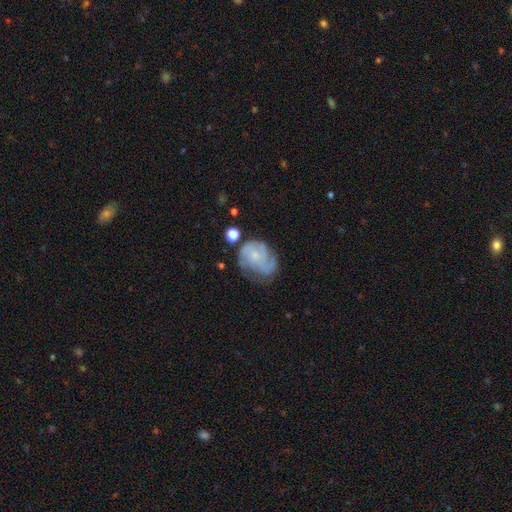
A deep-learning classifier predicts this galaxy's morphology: The model was most divided on "spiral arm count": 3: 31%, can't tell: 30%, 2: 19%, 4: 10%, 1: 6%, more than 4: 5%. Remaining: edge-on disk — no (98%); spiral arms — yes (89%); bar — no (75%); smooth or featured — featured or disk (69%); bulge size — small (63%); merging — none (53%); spiral winding — tight (46%).